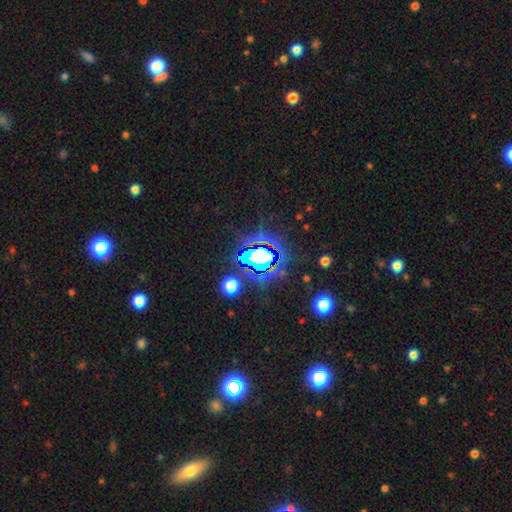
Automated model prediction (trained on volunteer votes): Smooth or featured? Predicted: star or artifact (p=0.72).